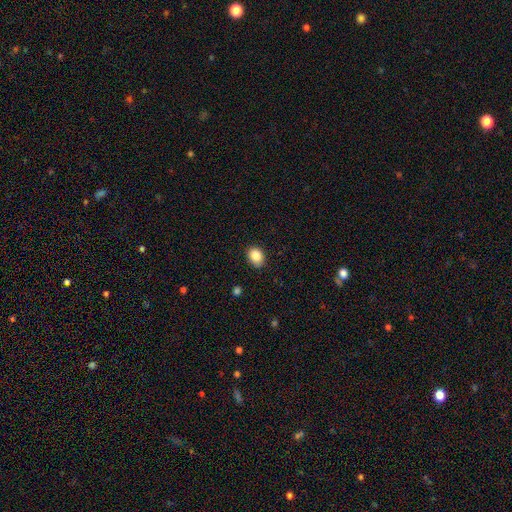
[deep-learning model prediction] Q: Smooth or featured?
A: smooth (86%); runner-up: star or artifact (9%)
Q: How rounded?
A: in between (59%); runner-up: round (40%)
Q: Merging?
A: none (86%); runner-up: minor disturbance (11%)